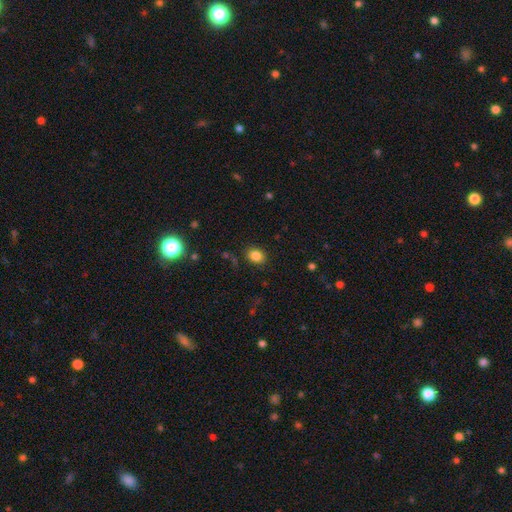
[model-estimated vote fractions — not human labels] The model was most divided on "how rounded": in between: 60%, round: 39%, cigar-shaped: 1%. More confident: merging — none (85%); smooth or featured — smooth (84%).